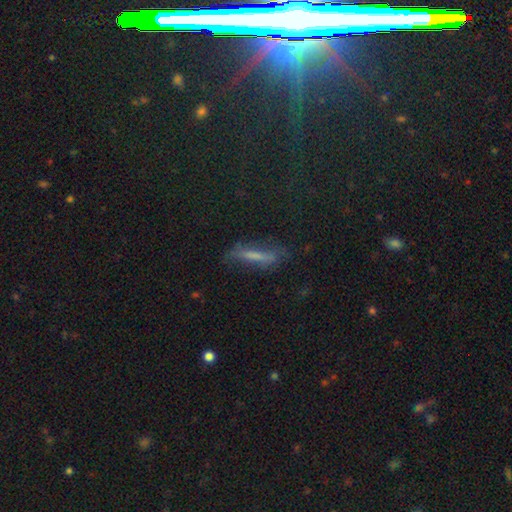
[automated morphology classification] Smooth or featured?
  - smooth: 49% *
  - featured or disk: 32%
  - star or artifact: 19%
Merging?
  - none: 62% *
  - minor disturbance: 24%
  - major disturbance: 11%
  - merger: 3%